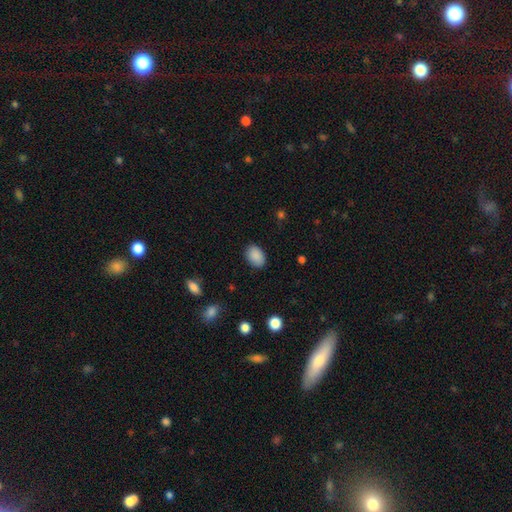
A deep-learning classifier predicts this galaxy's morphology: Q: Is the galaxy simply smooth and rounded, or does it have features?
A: smooth — 89%.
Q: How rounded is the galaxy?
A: in between — 82%.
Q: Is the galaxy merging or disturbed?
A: none — 86%.